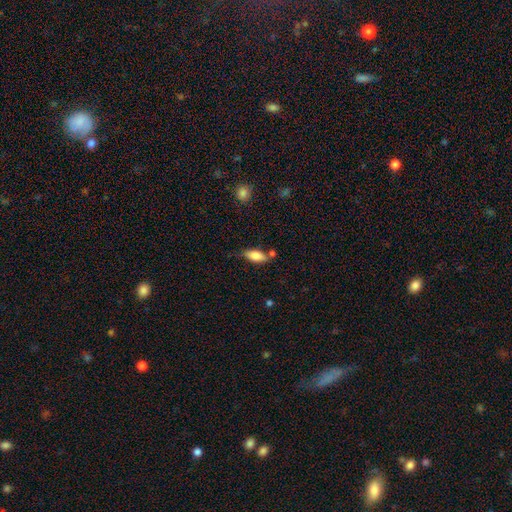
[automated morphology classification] This appears to be a smooth galaxy with no disk features (77%) that is in between round and cigar-shaped (81%). Merging: none (61%).